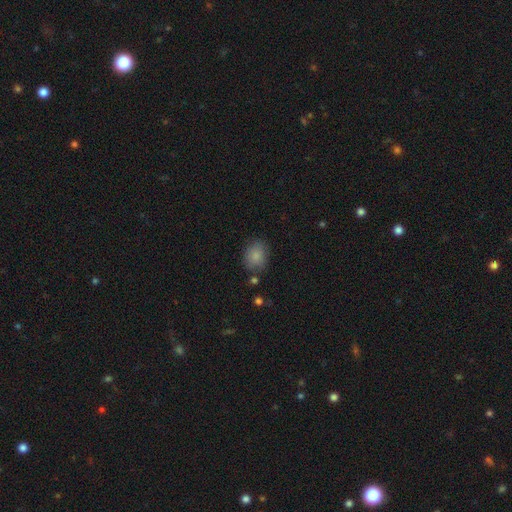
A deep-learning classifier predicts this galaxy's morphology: smooth-or-featured: smooth: 84% | star or artifact: 9% | featured or disk: 7%
  how-rounded: in between: 53% | round: 46% | cigar-shaped: 1%
  merging: none: 76% | minor disturbance: 16% | major disturbance: 4% | merger: 4%